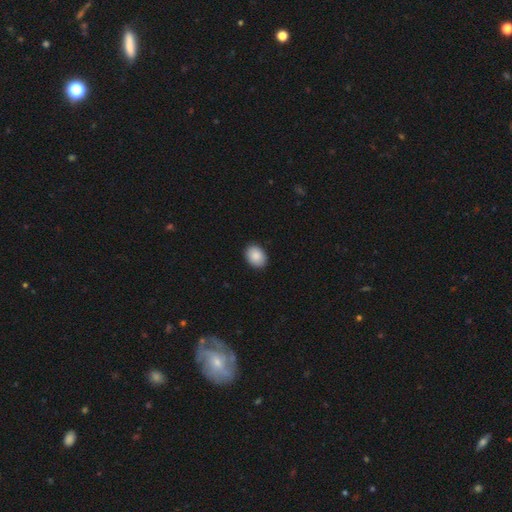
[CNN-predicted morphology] Smooth or featured?
  - smooth: 89% *
  - star or artifact: 7%
  - featured or disk: 4%
How rounded?
  - in between: 70% *
  - round: 29%
  - cigar-shaped: 1%
Merging?
  - none: 90% *
  - minor disturbance: 7%
  - major disturbance: 2%
  - merger: 1%